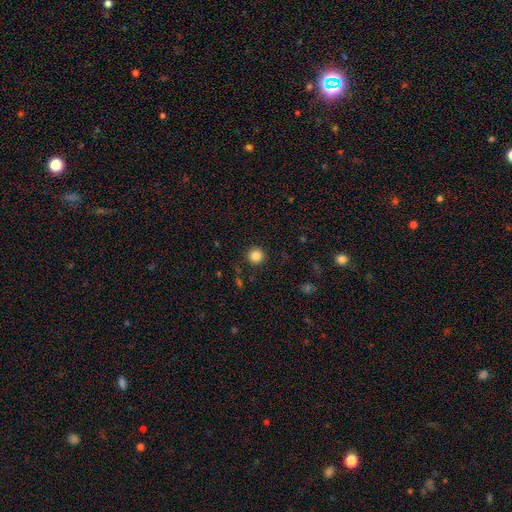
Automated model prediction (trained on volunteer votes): smooth-or-featured: smooth: 85% | star or artifact: 11% | featured or disk: 4%
  how-rounded: round: 95% | in between: 4% | cigar-shaped: 1%
  merging: none: 91% | minor disturbance: 6% | major disturbance: 2% | merger: 1%